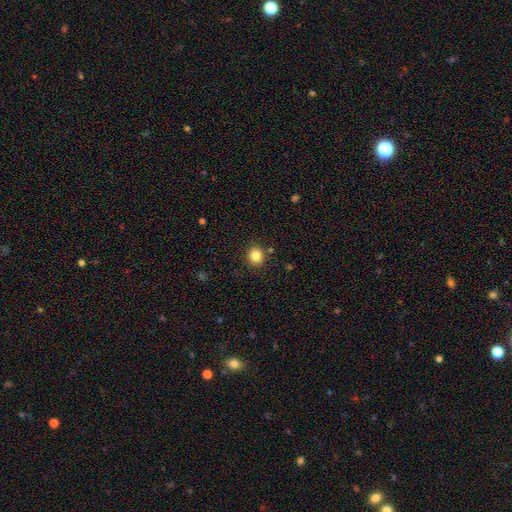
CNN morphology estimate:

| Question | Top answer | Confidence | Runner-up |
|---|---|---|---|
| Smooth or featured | smooth | 84% | star or artifact (11%) |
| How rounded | round | 81% | in between (18%) |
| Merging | none | 87% | minor disturbance (8%) |